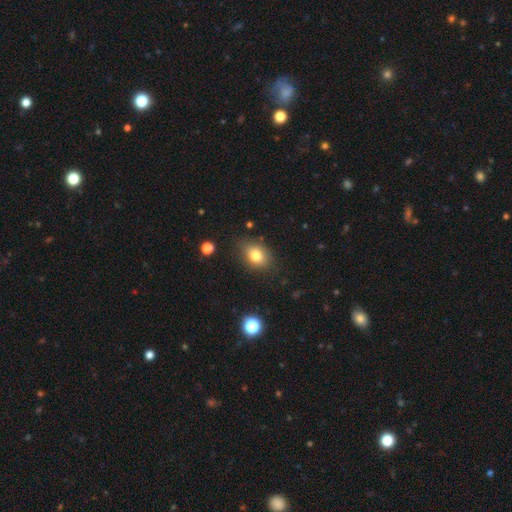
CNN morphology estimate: Overall: smooth (80%). How rounded: in between (66%; round 32%). Merging: none (81%).